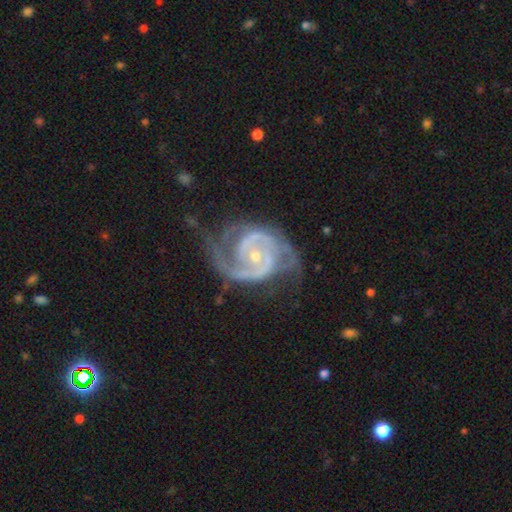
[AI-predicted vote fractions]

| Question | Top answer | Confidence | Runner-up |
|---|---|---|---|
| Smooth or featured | featured or disk | 92% | star or artifact (4%) |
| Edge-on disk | no | 98% | yes (2%) |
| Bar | no | 59% | weak (30%) |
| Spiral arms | yes | 98% | no (2%) |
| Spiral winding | tight | 48% | medium (44%) |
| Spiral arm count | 2 | 77% | 3 (10%) |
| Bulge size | small | 64% | moderate (33%) |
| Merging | none | 60% | minor disturbance (23%) |